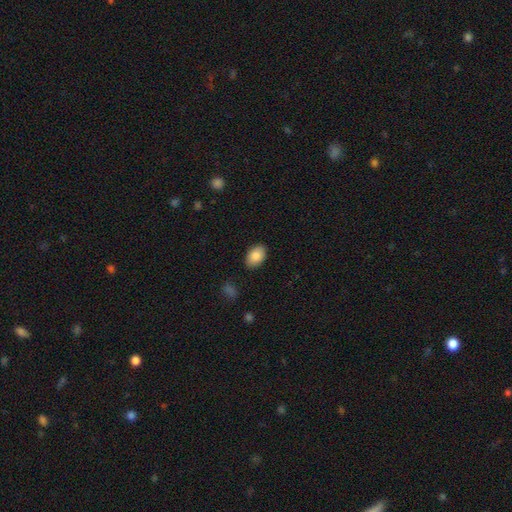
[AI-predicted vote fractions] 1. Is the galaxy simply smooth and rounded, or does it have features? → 86% smooth, 7% featured or disk, 7% star or artifact.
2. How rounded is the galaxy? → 89% in between, 10% round, 1% cigar-shaped.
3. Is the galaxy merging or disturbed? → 88% none, 9% minor disturbance, 2% major disturbance, 1% merger.